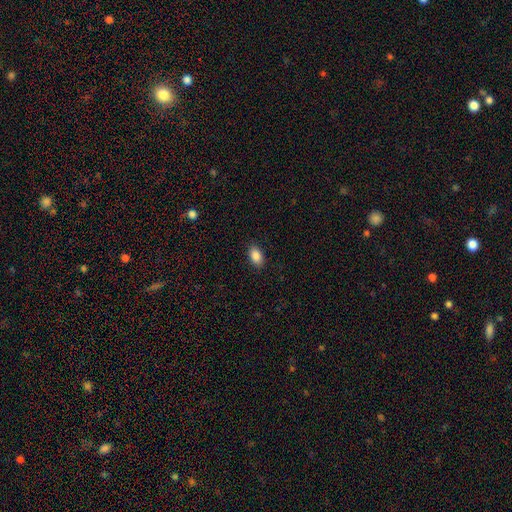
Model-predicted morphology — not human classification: Smooth or featured: smooth — 88% (star or artifact — 8%)
How rounded: in between — 91% (round — 7%)
Merging: none — 88% (minor disturbance — 8%)